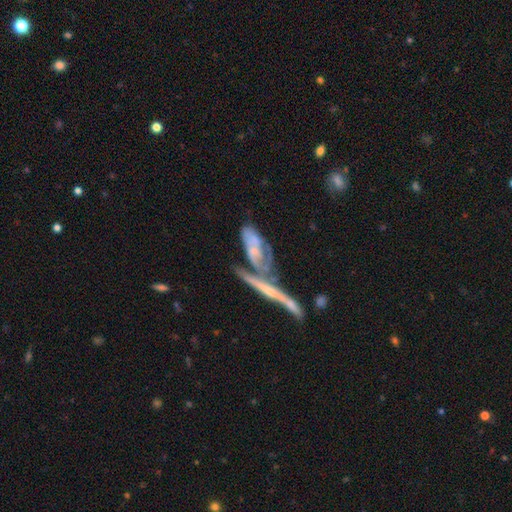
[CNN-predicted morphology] This appears to be a featured or disk galaxy (59%) viewed edge-on (67%). Merging: merger (45%).